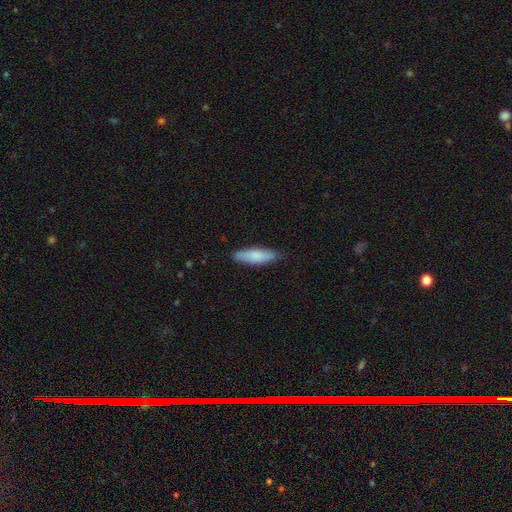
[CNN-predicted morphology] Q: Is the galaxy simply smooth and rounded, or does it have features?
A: smooth — 83%.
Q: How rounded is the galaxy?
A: cigar-shaped — 57%.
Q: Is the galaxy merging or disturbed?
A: none — 86%.